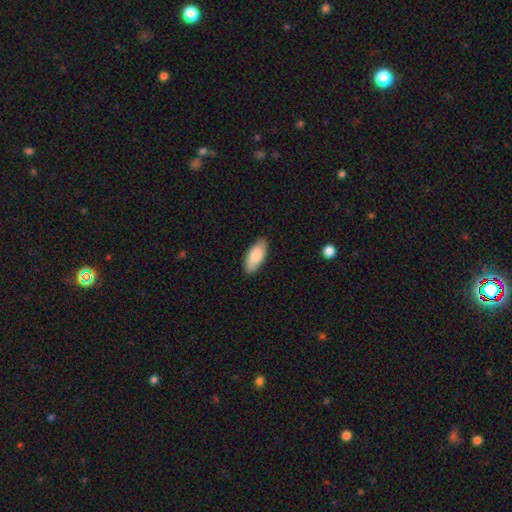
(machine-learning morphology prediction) This is clearly a smooth galaxy (84%). How rounded: clearly in between (87%). Merging: clearly none (86%).